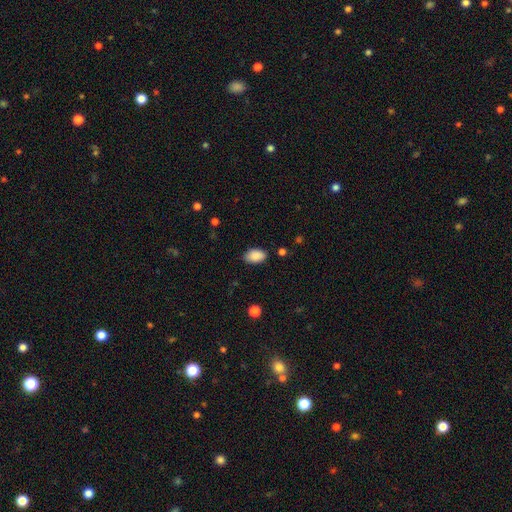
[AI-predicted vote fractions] This appears to be a smooth galaxy with no disk features (89%) that is in between round and cigar-shaped (92%). Merging: none (84%).